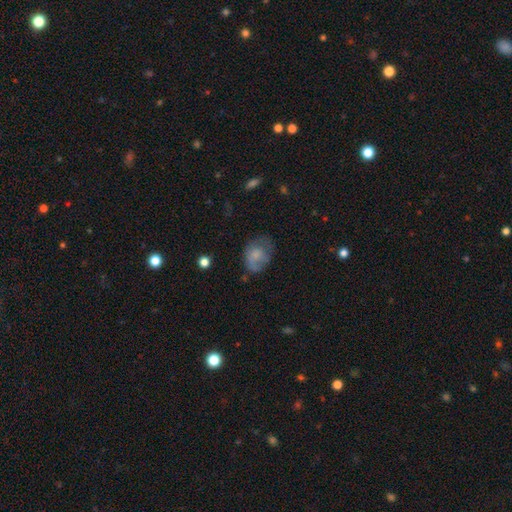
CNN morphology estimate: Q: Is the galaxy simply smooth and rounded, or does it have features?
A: smooth — 66%.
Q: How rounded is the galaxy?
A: in between — 59%.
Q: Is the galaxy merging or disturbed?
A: none — 46%.